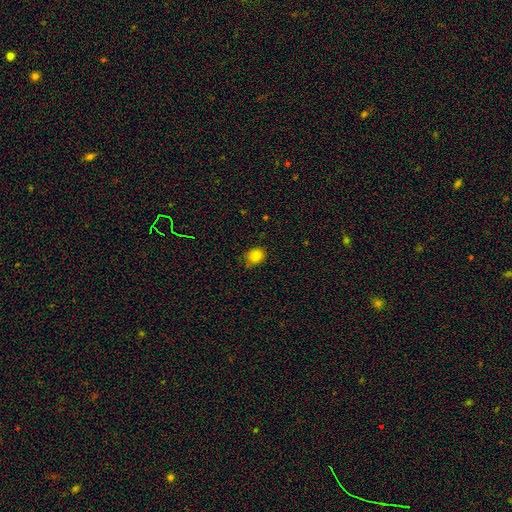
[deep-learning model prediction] Smooth or featured? Predicted: smooth (p=0.84). How rounded? Predicted: round (p=0.52). Merging? Predicted: none (p=0.74).